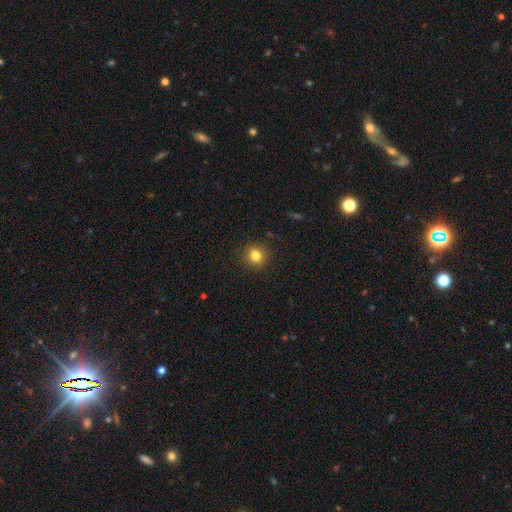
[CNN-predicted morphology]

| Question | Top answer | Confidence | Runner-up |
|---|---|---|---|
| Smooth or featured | smooth | 80% | star or artifact (11%) |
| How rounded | round | 70% | in between (29%) |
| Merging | none | 88% | minor disturbance (9%) |